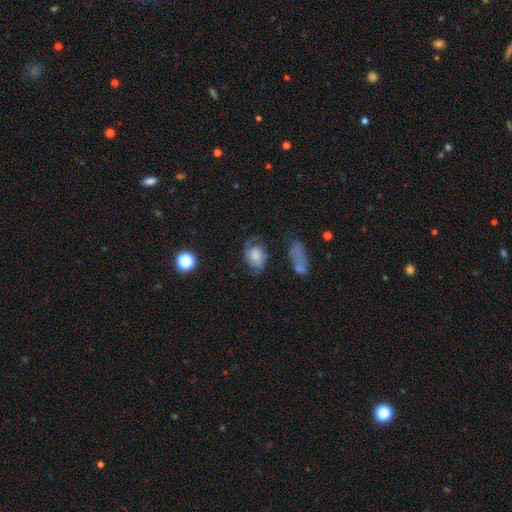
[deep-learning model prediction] smooth-or-featured: smooth: 55% | featured or disk: 35% | star or artifact: 10%
  how-rounded: in between: 71% | round: 28% | cigar-shaped: 2%
  merging: none: 43% | minor disturbance: 27% | major disturbance: 24% | merger: 6%